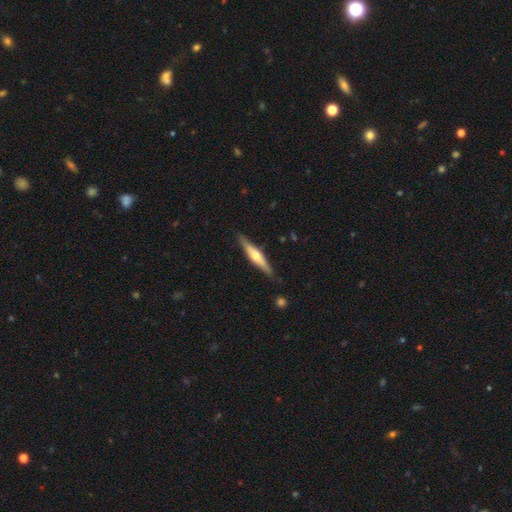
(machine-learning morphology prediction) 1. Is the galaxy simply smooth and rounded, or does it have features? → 63% featured or disk, 32% smooth, 5% star or artifact.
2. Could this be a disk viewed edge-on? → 96% yes, 4% no.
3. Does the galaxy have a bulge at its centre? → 87% rounded, 8% boxy, 5% none.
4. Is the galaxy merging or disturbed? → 87% none, 10% minor disturbance, 2% major disturbance, 1% merger.